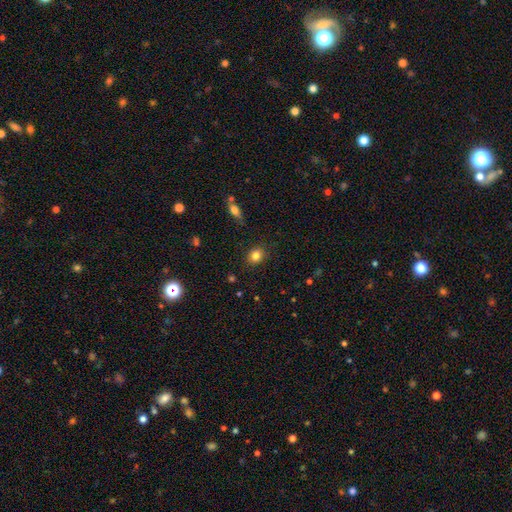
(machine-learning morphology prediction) smooth 83%, star or artifact 10%, featured or disk 7%. Down the decision tree: how rounded — round (56%); merging — none (86%).